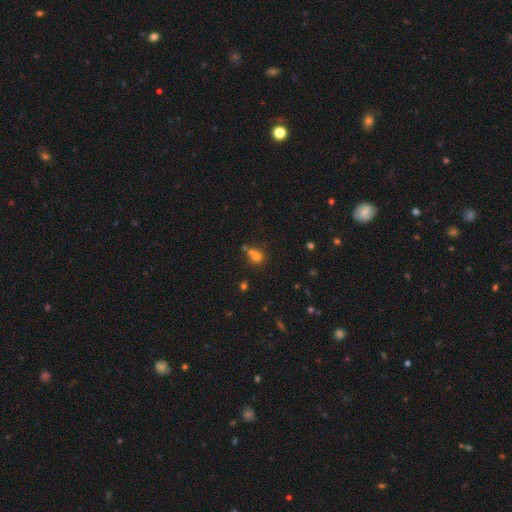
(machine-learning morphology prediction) Smooth or featured: smooth — 67% (star or artifact — 20%)
How rounded: round — 82% (in between — 17%)
Merging: none — 45% (merger — 42%)